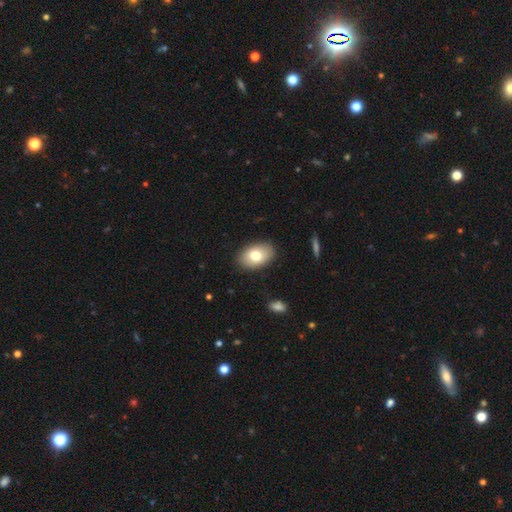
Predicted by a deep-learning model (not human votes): A smooth galaxy with no disk features (76%) that is in between round and cigar-shaped (90%). Merging: none (88%).